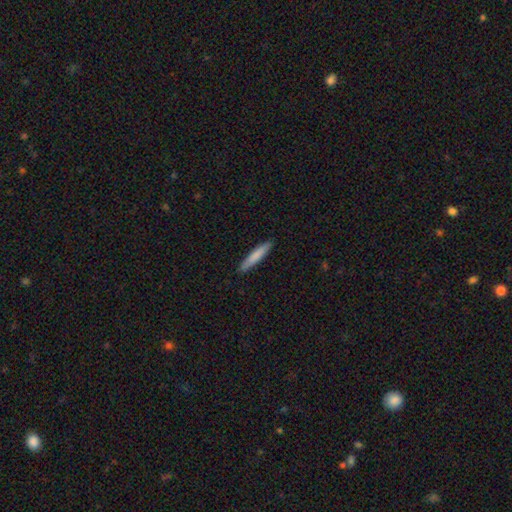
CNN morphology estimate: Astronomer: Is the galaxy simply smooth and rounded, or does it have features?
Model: smooth — 79%.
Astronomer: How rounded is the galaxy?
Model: cigar-shaped — 92%.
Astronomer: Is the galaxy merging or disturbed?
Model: none — 90%.